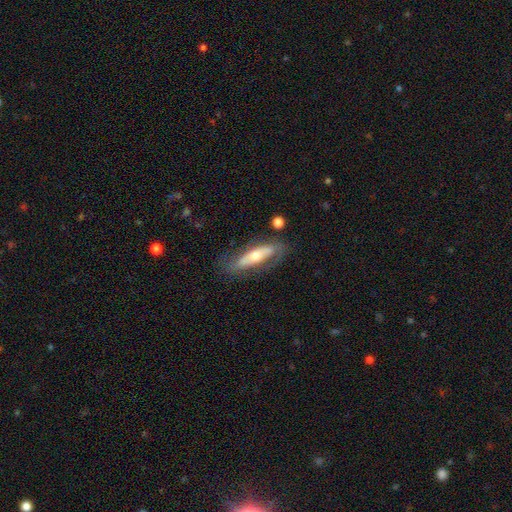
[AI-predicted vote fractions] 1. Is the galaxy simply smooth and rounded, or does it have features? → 58% featured or disk, 36% smooth, 6% star or artifact.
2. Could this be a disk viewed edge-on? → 57% no, 43% yes.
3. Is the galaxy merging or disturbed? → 70% none, 19% minor disturbance, 9% major disturbance, 3% merger.